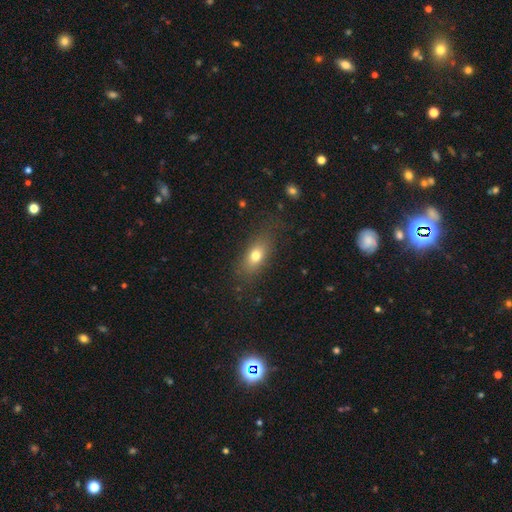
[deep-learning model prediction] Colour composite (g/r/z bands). It shows a smooth galaxy with no disk features (74%) that is in between round and cigar-shaped (76%). Merging: none (77%).